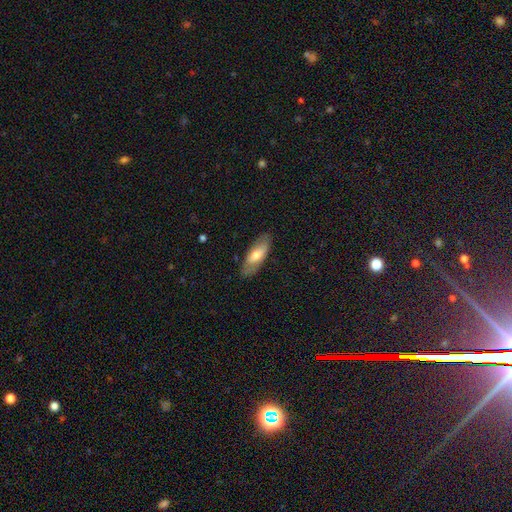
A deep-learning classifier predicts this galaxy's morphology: Smooth or featured: smooth — 61% (featured or disk — 33%)
How rounded: in between — 74% (cigar-shaped — 24%)
Merging: none — 81% (minor disturbance — 14%)